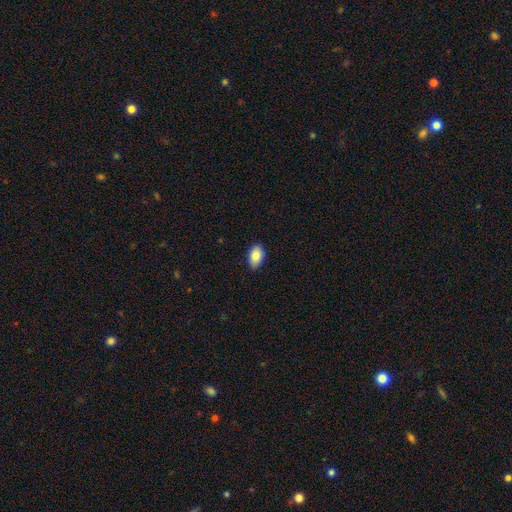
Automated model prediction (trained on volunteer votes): A smooth galaxy with no disk features (84%) that is in between round and cigar-shaped (91%).

Vote fractions:
- Smooth or featured? smooth: 84% / featured or disk: 8% / star or artifact: 7%
- How rounded? in between: 91% / round: 8% / cigar-shaped: 1%
- Merging? none: 86% / minor disturbance: 12% / major disturbance: 2% / merger: 1%